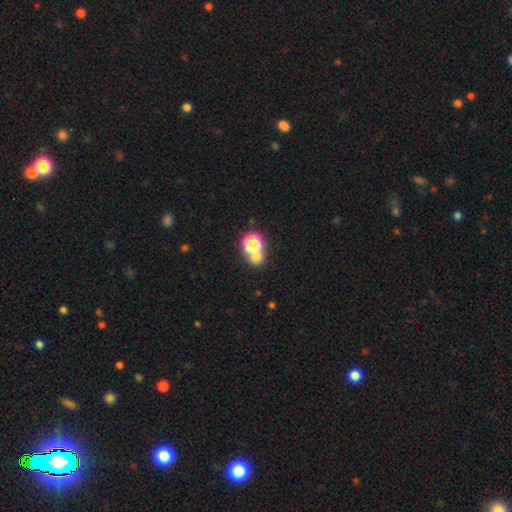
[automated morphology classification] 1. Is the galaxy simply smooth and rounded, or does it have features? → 67% smooth, 22% star or artifact, 10% featured or disk.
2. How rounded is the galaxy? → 79% round, 20% in between, 1% cigar-shaped.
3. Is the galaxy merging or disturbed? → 45% merger (tied), 45% none (tied), 7% minor disturbance, 4% major disturbance.